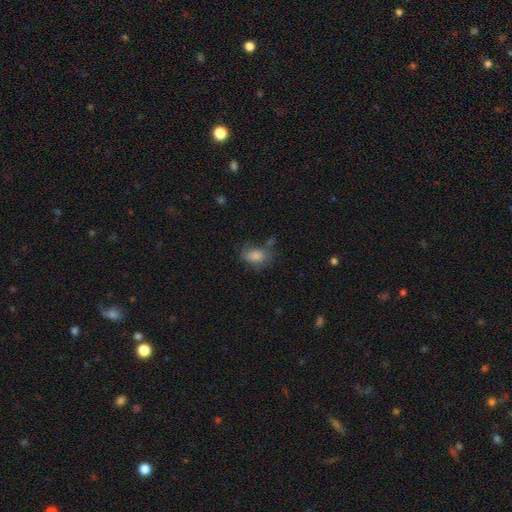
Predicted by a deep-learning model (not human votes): smooth 82%, featured or disk 10%, star or artifact 8%. Down the decision tree: how rounded — in between (77%); merging — none (56%).